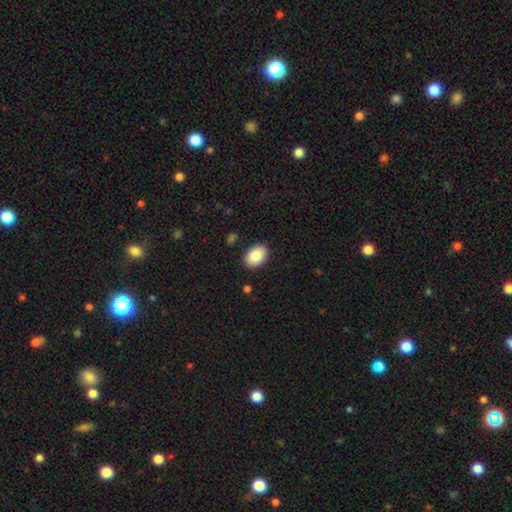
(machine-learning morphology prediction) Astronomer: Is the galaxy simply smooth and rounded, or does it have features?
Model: smooth — 86%.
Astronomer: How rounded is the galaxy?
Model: in between — 82%.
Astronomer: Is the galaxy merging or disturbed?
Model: none — 88%.